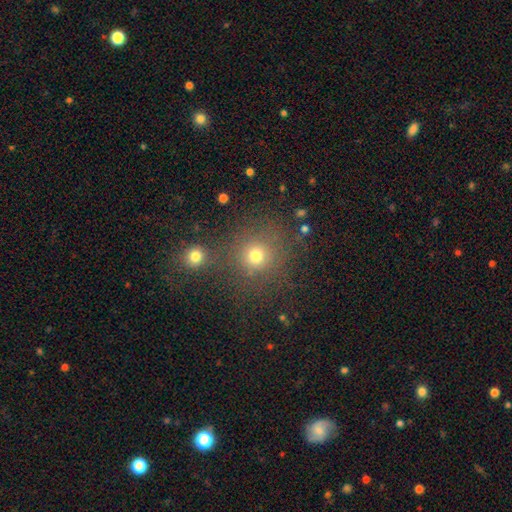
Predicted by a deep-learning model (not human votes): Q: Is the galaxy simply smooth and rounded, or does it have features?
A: smooth — 73%.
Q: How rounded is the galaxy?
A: round — 89%.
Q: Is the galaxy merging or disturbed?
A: none — 70%.